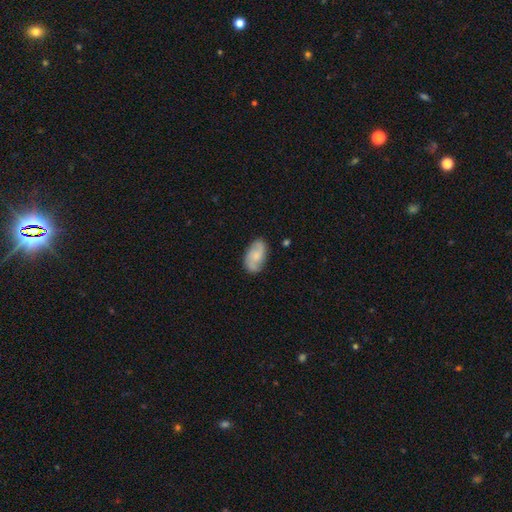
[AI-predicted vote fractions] smooth-or-featured: featured or disk: 48% | smooth: 45% | star or artifact: 7%
  merging: none: 77% | minor disturbance: 17% | major disturbance: 4% | merger: 2%